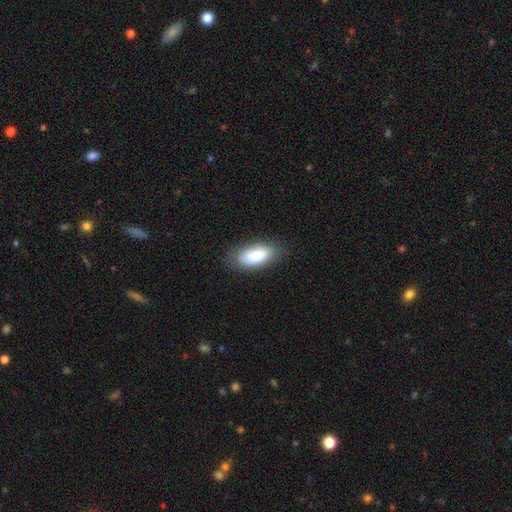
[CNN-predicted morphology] Smooth or featured?
  - smooth: 83% *
  - featured or disk: 10%
  - star or artifact: 7%
How rounded?
  - in between: 87% *
  - cigar-shaped: 11%
  - round: 2%
Merging?
  - none: 79% *
  - minor disturbance: 15%
  - major disturbance: 4%
  - merger: 1%